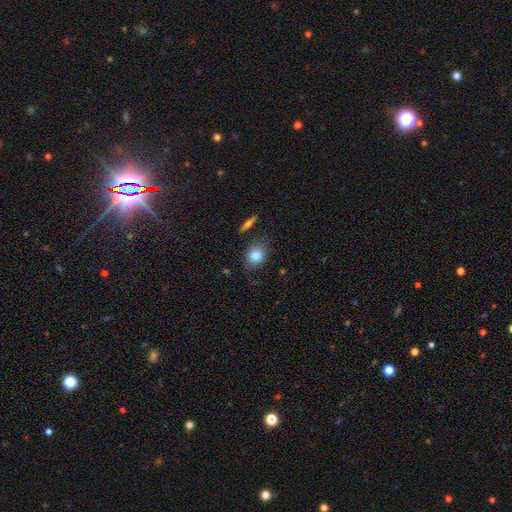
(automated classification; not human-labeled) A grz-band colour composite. It shows a smooth galaxy with no disk features (82%) that is round (49%, tied with in between). Merging: none (69%).